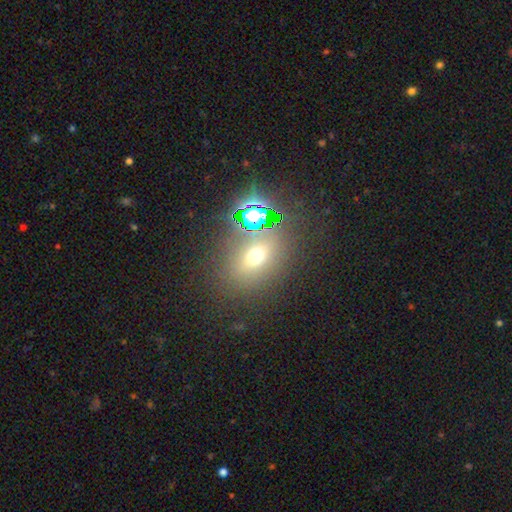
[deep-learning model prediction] Overall: smooth (52%; star or artifact 33%). How rounded: in between (55%; round 42%). Merging: none (76%).